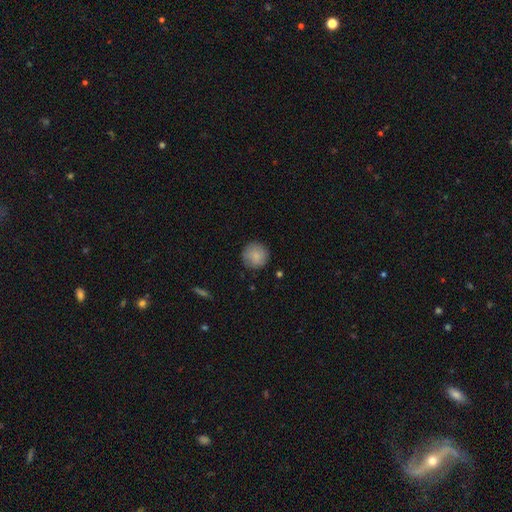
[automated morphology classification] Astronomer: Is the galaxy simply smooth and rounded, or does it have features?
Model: smooth — 85%.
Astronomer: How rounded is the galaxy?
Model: round — 94%.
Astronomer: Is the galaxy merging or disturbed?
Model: none — 86%.